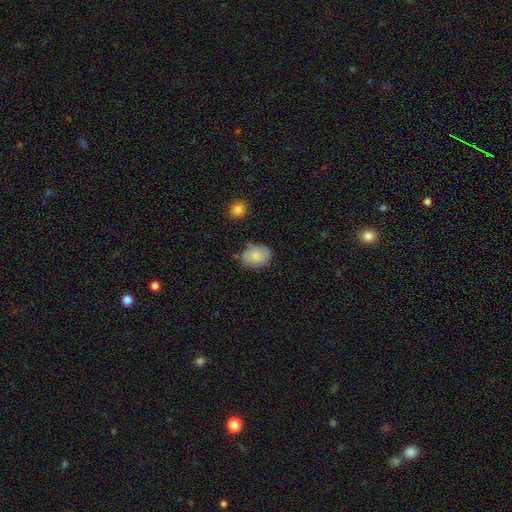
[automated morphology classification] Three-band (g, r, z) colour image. It shows a smooth galaxy with no disk features (79%) that is in between round and cigar-shaped (69%). Merging: none (65%).